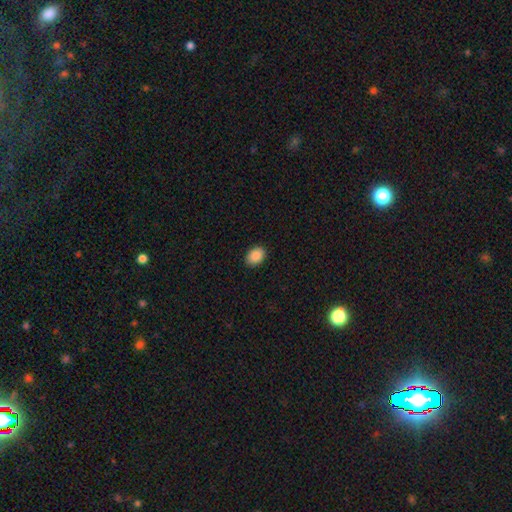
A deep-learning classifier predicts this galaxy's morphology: This is clearly a smooth galaxy (89%). How rounded: likely in between (77%). Merging: clearly none (90%).